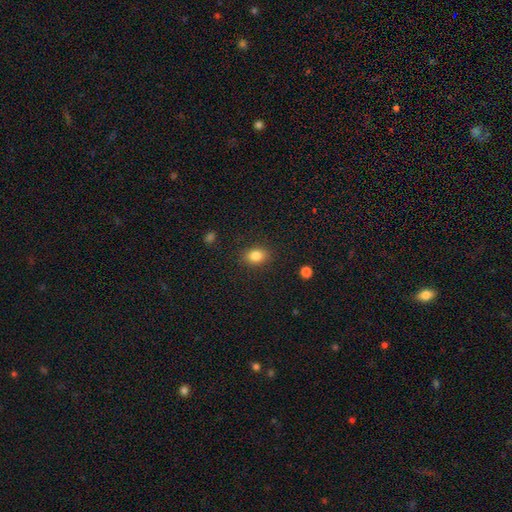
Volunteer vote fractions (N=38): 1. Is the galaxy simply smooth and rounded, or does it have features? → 92% smooth, 5% featured or disk, 3% star or artifact.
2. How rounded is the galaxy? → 63% in between, 37% round, 0% cigar-shaped.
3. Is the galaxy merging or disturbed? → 86% none, 8% minor disturbance, 5% major disturbance, 0% merger.